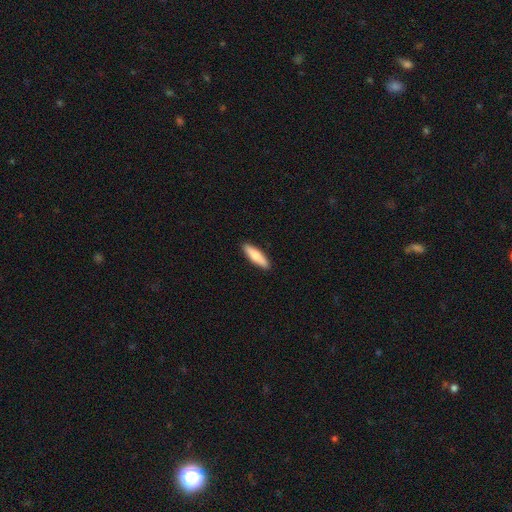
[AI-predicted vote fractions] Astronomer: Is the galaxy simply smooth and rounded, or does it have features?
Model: smooth — 72%.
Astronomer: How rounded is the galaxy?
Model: cigar-shaped — 70%.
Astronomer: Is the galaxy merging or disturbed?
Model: none — 91%.